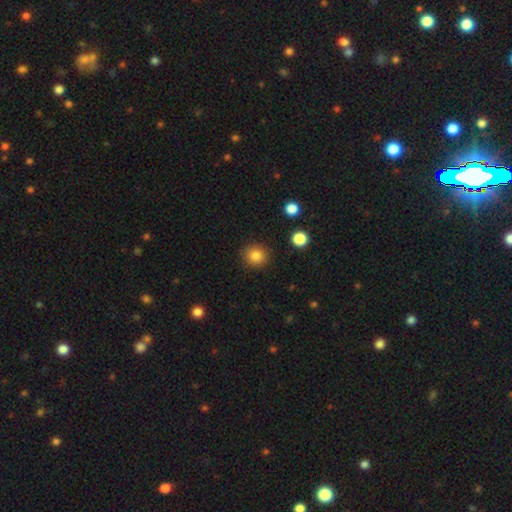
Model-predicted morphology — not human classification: Smooth or featured?
  - smooth: 85% *
  - star or artifact: 10%
  - featured or disk: 5%
How rounded?
  - round: 90% *
  - in between: 10%
  - cigar-shaped: 1%
Merging?
  - none: 90% *
  - minor disturbance: 6%
  - major disturbance: 2%
  - merger: 1%